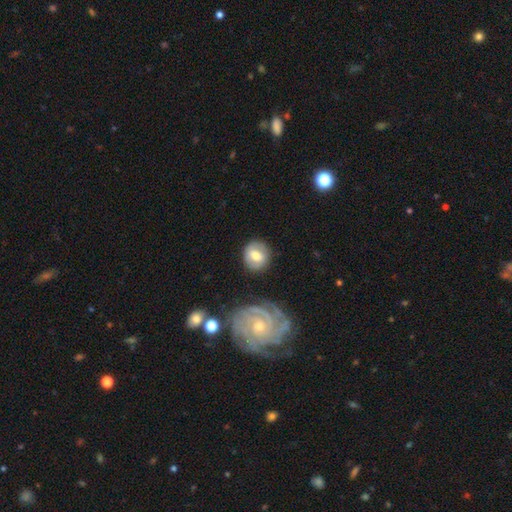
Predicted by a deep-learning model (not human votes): smooth 59%, featured or disk 34%, star or artifact 6%. Down the decision tree: how rounded — round (78%); merging — none (81%).